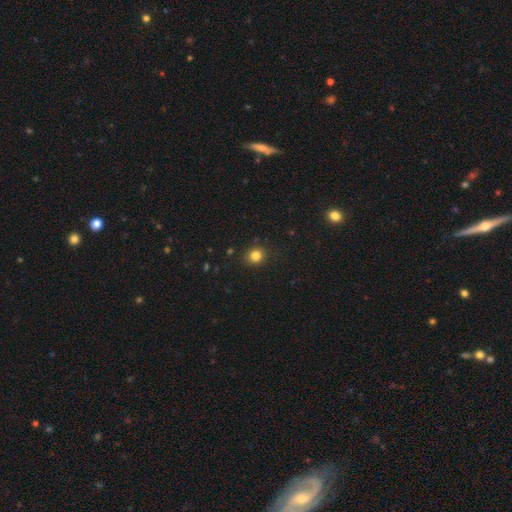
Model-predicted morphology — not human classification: This appears to be a smooth galaxy with no disk features (82%) that is round (81%). Merging: none (88%).